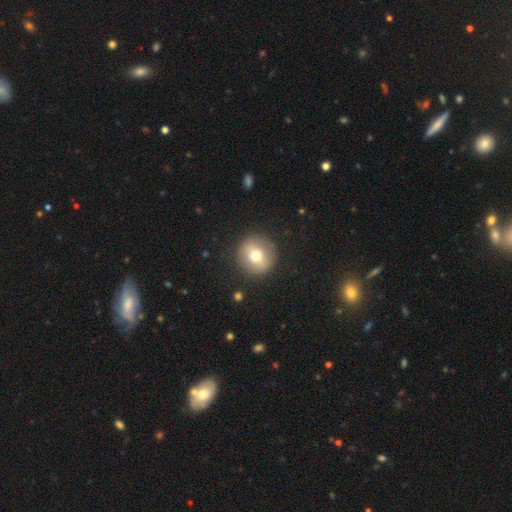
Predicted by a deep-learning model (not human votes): Smooth or featured: smooth — 66% (featured or disk — 25%)
How rounded: round — 93% (in between — 6%)
Merging: none — 89% (minor disturbance — 7%)